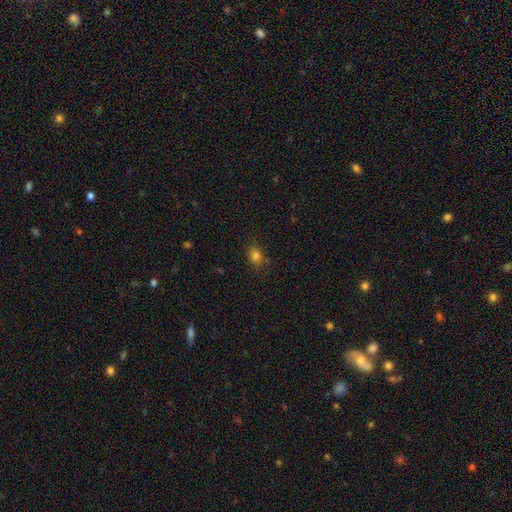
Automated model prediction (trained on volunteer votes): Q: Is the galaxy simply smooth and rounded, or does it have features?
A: smooth — 81%.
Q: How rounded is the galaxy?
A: in between — 61%.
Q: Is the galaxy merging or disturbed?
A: none — 80%.